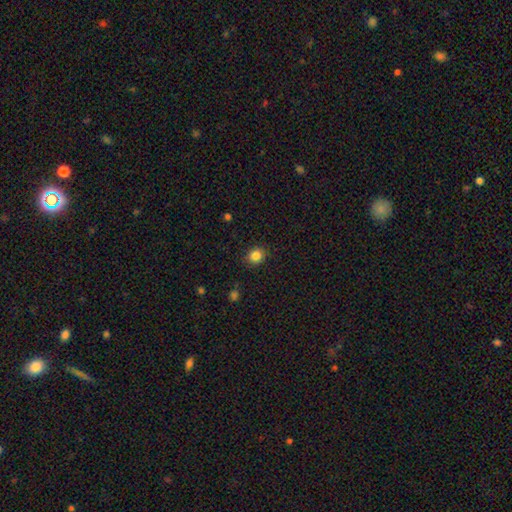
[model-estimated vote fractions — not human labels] smooth_or_featured: smooth (p=0.84) [alt: star or artifact p=0.11]
how_rounded: round (p=0.75) [alt: in between p=0.24]
merging: none (p=0.88) [alt: minor disturbance p=0.08]